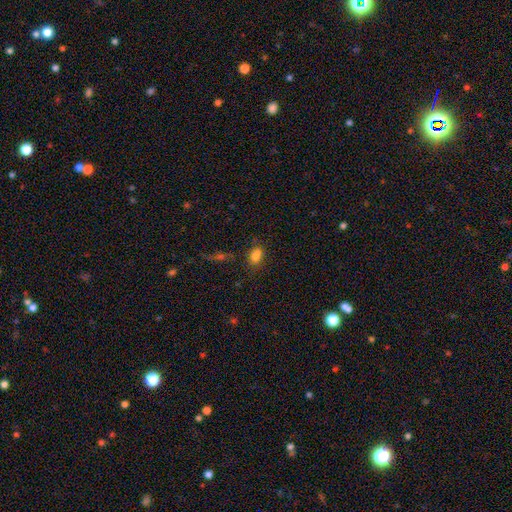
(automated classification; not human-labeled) A smooth galaxy with no disk features (68%) that is in between round and cigar-shaped (70%). Merging: none (51%).